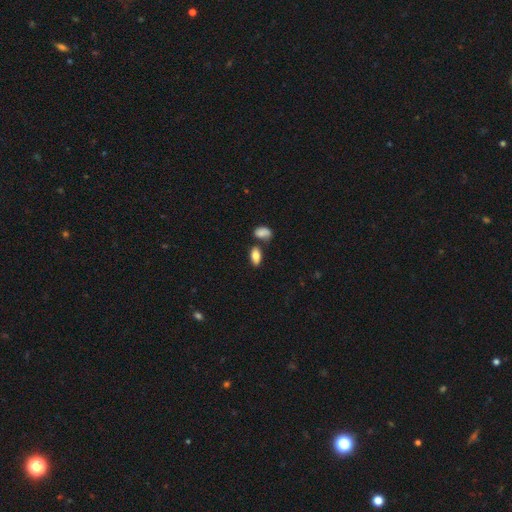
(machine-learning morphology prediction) smooth_or_featured: smooth (p=0.81) [alt: featured or disk p=0.11]
how_rounded: in between (p=0.90) [alt: cigar-shaped p=0.05]
merging: none (p=0.68) [alt: merger p=0.17]